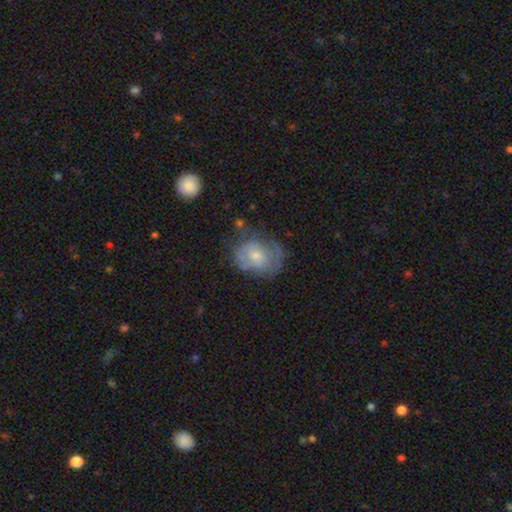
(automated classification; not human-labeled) A featured or disk galaxy (48%). Merging: none (49%).